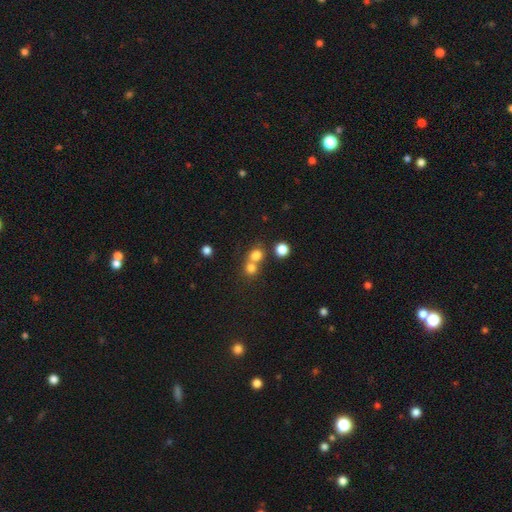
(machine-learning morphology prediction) smooth 75%, star or artifact 15%, featured or disk 10%. Down the decision tree: how rounded — round (83%); merging — merger (48%).